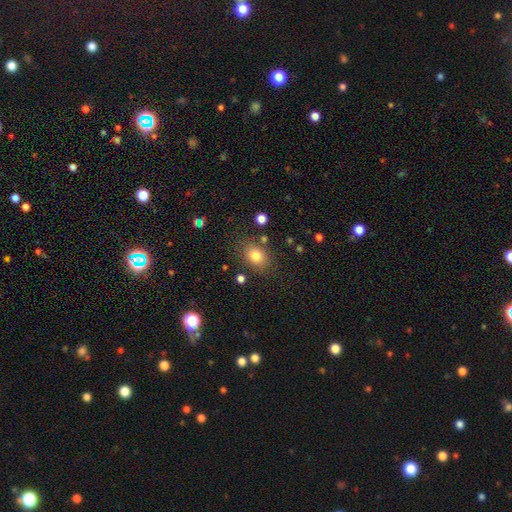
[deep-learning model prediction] Smooth or featured? smooth (79%)
How rounded? in between (54%)
Merging? none (78%)